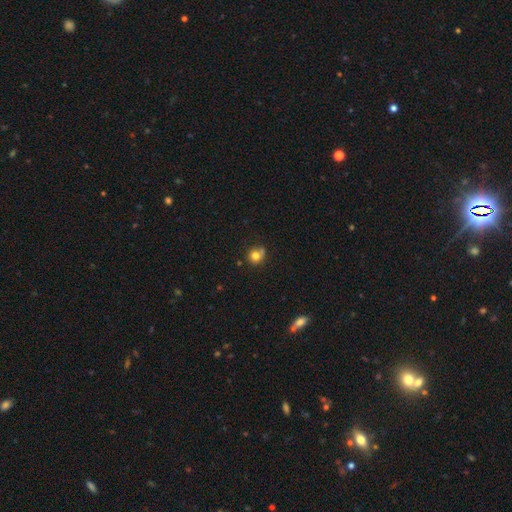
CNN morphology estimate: A smooth galaxy with no disk features (78%) that is round (83%).

Vote fractions:
- Smooth or featured? smooth: 78% / star or artifact: 12% / featured or disk: 10%
- How rounded? round: 83% / in between: 16% / cigar-shaped: 1%
- Merging? none: 58% / minor disturbance: 20% / merger: 15% / major disturbance: 7%